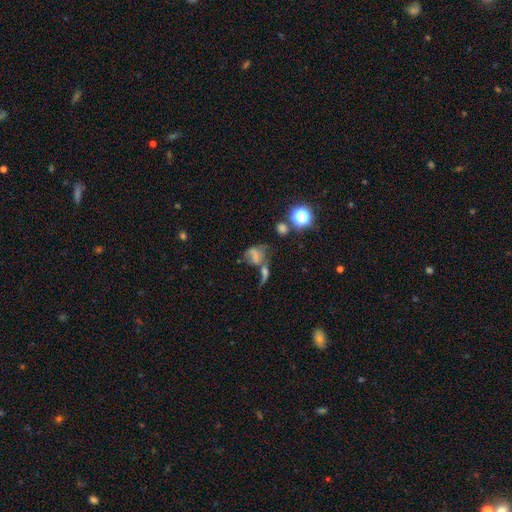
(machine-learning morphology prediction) Smooth or featured? Predicted: smooth (p=0.48). Merging? Predicted: merger (p=0.38).